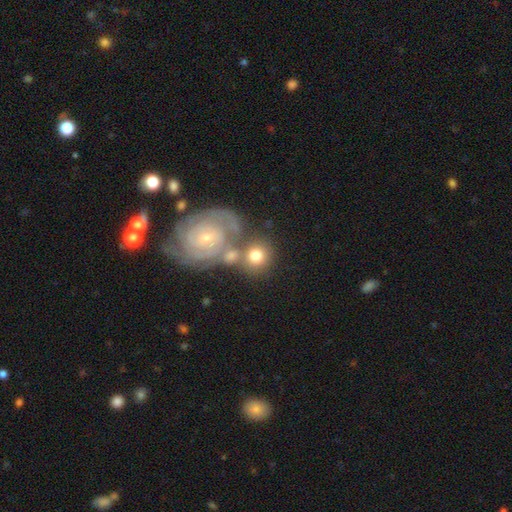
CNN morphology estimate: smooth 54%, featured or disk 38%, star or artifact 8%. Down the decision tree: how rounded — round (80%); merging — none (52%).